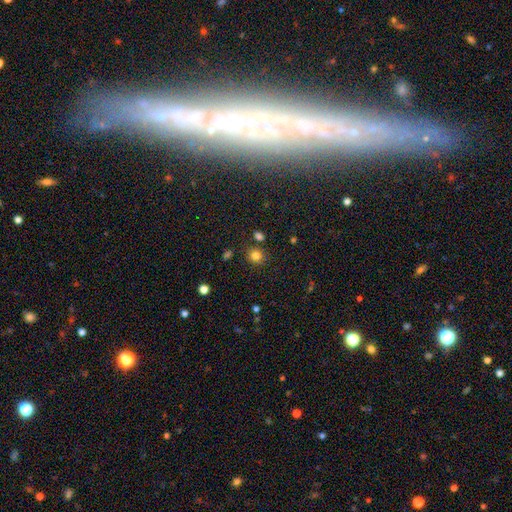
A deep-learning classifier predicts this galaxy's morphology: The model was most divided on "how rounded": round: 83%, in between: 16%, cigar-shaped: 1%. More confident: smooth or featured — smooth (82%); merging — none (80%).